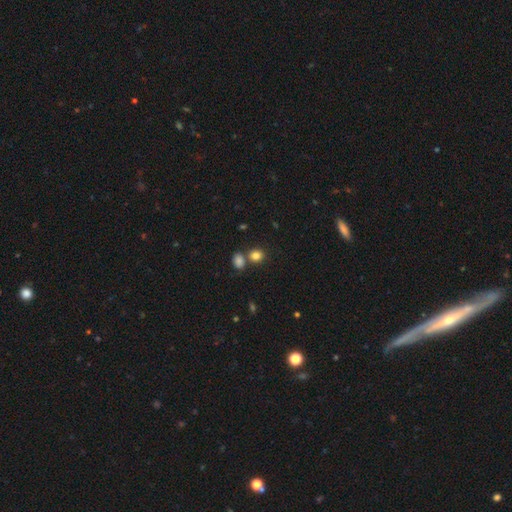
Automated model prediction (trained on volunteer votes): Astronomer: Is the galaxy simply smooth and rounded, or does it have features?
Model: smooth — 83%.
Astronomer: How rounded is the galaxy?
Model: round — 67%.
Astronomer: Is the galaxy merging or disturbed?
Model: none — 62%.